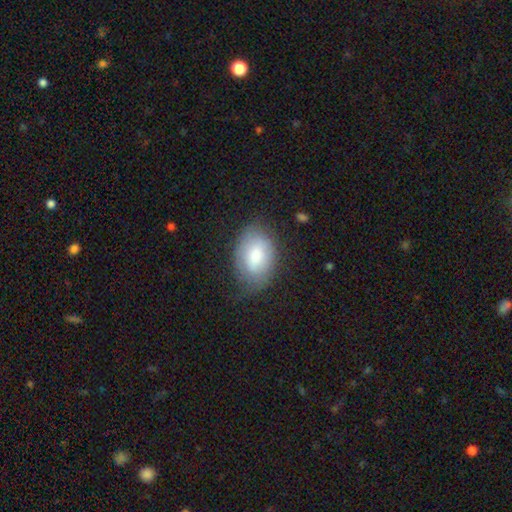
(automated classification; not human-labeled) smooth_or_featured: smooth (p=0.71) [alt: featured or disk p=0.22]
how_rounded: in between (p=0.85) [alt: round p=0.13]
merging: none (p=0.59) [alt: minor disturbance p=0.28]